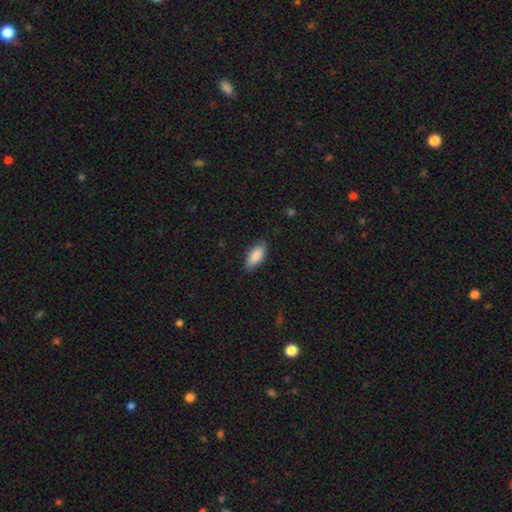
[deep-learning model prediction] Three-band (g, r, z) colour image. It shows a smooth galaxy with no disk features (88%) that is in between round and cigar-shaped (86%). Merging: none (81%).